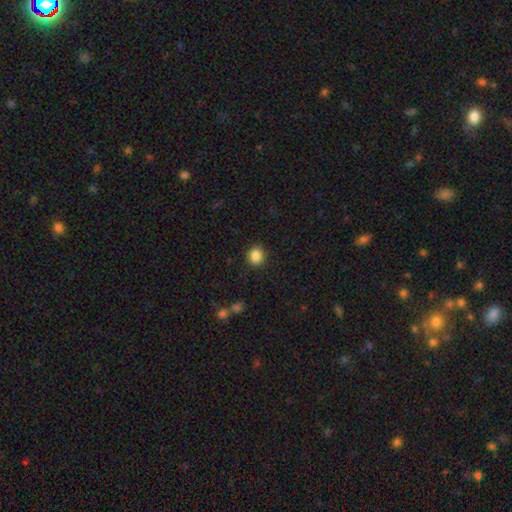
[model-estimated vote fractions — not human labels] Smooth or featured?
  - smooth: 87% *
  - star or artifact: 10%
  - featured or disk: 3%
How rounded?
  - round: 83% *
  - in between: 16%
  - cigar-shaped: 1%
Merging?
  - none: 91% *
  - minor disturbance: 6%
  - major disturbance: 2%
  - merger: 1%